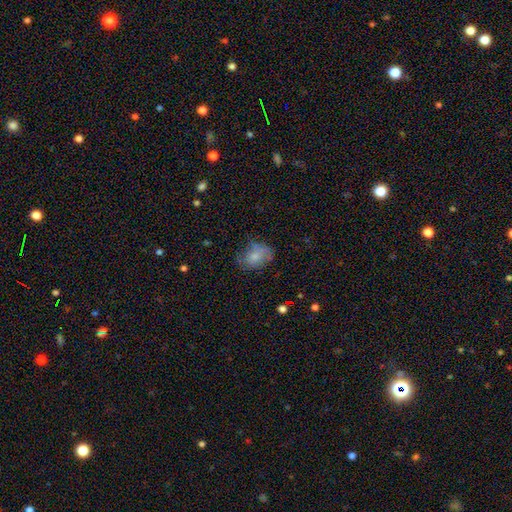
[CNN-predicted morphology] This appears to be a smooth galaxy with no disk features (69%) that is in between round and cigar-shaped (70%). Merging: none (53%).